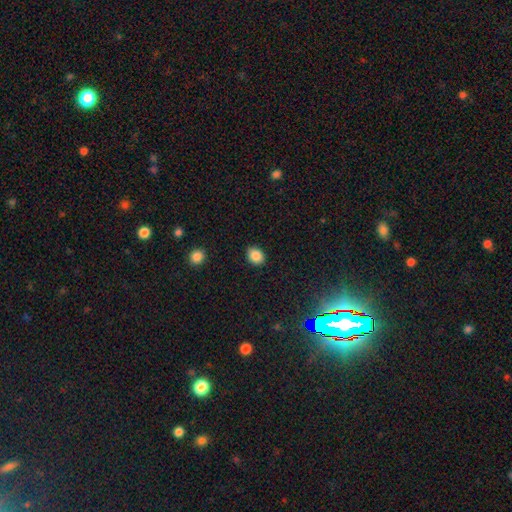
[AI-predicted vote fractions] Smooth or featured? Predicted: smooth (p=0.86). How rounded? Predicted: in between (p=0.55). Merging? Predicted: none (p=0.88).